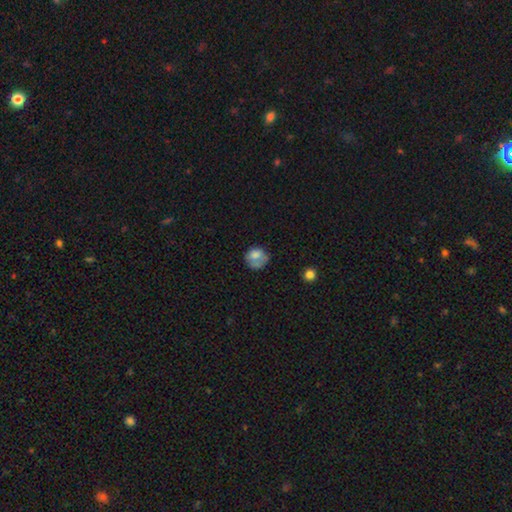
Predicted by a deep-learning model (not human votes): This is likely a smooth galaxy (71%). How rounded: likely round (69%). Merging: marginally none (44%).